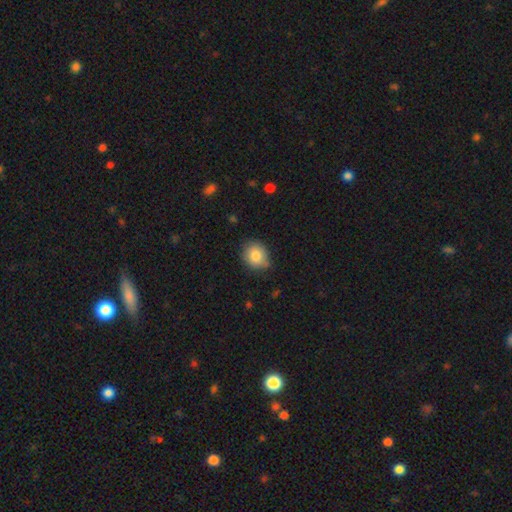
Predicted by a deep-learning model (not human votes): Smooth or featured?
  - smooth: 83% *
  - featured or disk: 9%
  - star or artifact: 8%
How rounded?
  - round: 68% *
  - in between: 32%
  - cigar-shaped: 1%
Merging?
  - none: 73% *
  - minor disturbance: 22%
  - major disturbance: 3%
  - merger: 2%